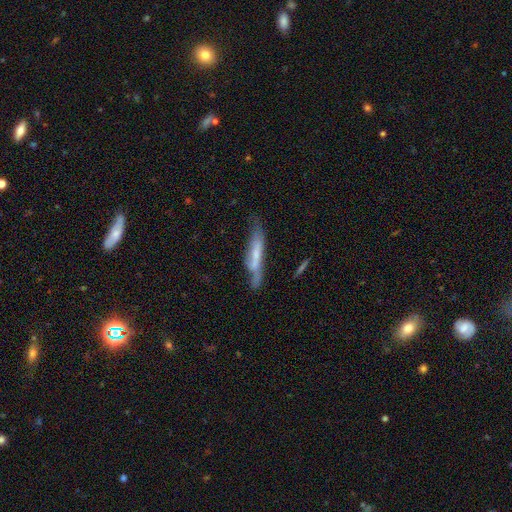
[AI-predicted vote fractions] Smooth or featured? featured or disk (49%)
Merging? none (49%)